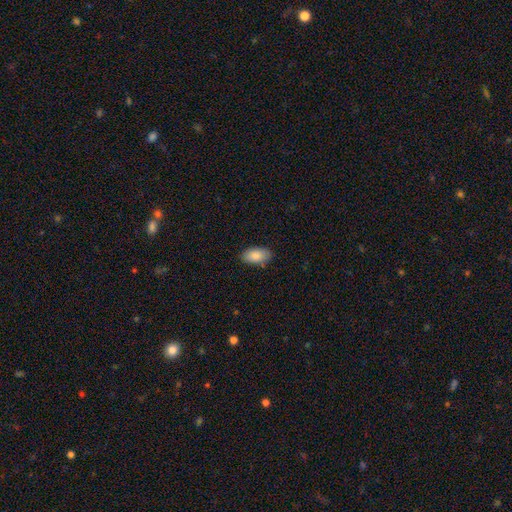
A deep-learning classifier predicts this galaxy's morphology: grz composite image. It shows a smooth galaxy with no disk features (86%) that is in between round and cigar-shaped (94%). Merging: none (86%).